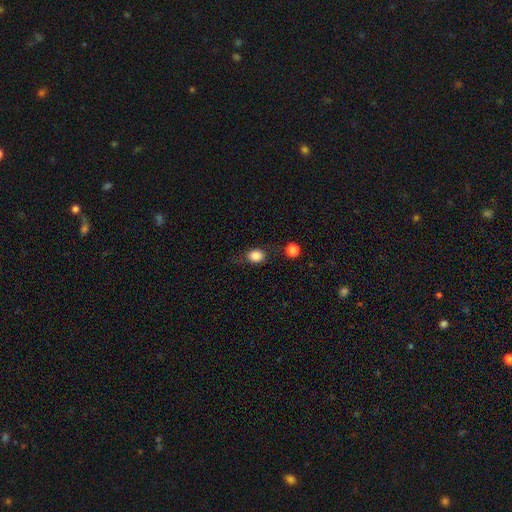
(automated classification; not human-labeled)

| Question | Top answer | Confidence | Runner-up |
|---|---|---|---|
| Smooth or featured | smooth | 84% | star or artifact (11%) |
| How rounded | round | 53% | in between (45%) |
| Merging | none | 73% | minor disturbance (17%) |